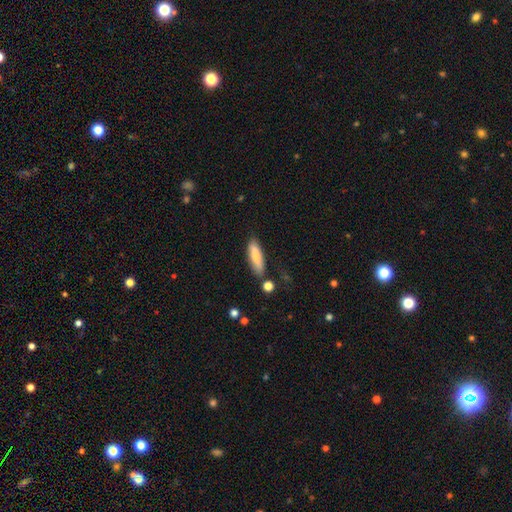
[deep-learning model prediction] Smooth or featured?
  - smooth: 74% *
  - featured or disk: 20%
  - star or artifact: 6%
How rounded?
  - cigar-shaped: 57% *
  - in between: 41%
  - round: 2%
Merging?
  - none: 77% *
  - minor disturbance: 15%
  - merger: 5%
  - major disturbance: 3%